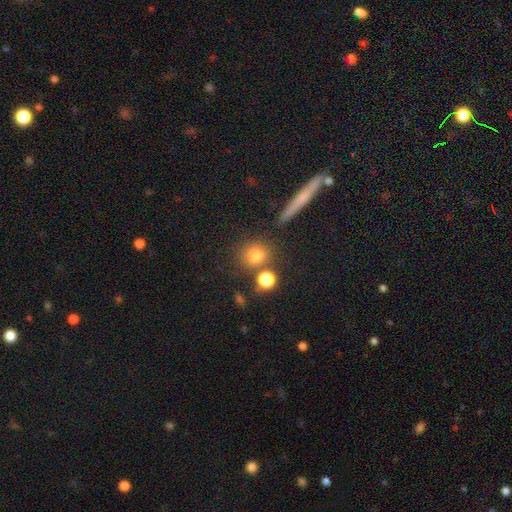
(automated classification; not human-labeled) smooth_or_featured: smooth (p=0.76) [alt: star or artifact p=0.14]
how_rounded: round (p=0.79) [alt: in between p=0.18]
merging: none (p=0.75) [alt: merger p=0.11]